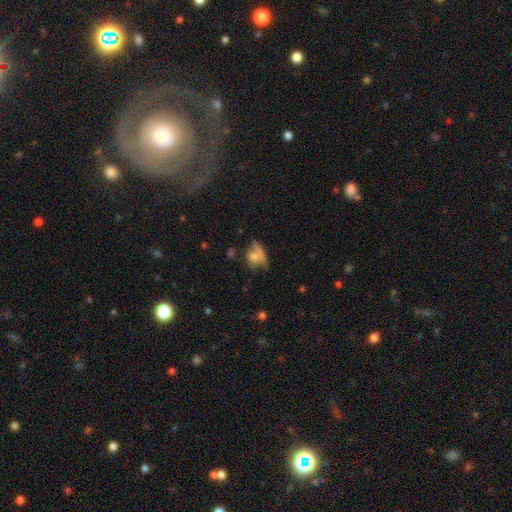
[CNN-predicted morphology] The model was most divided on "how rounded": round: 50%, in between: 44%, cigar-shaped: 6%. Remaining: smooth or featured — smooth (64%); merging — none (42%).